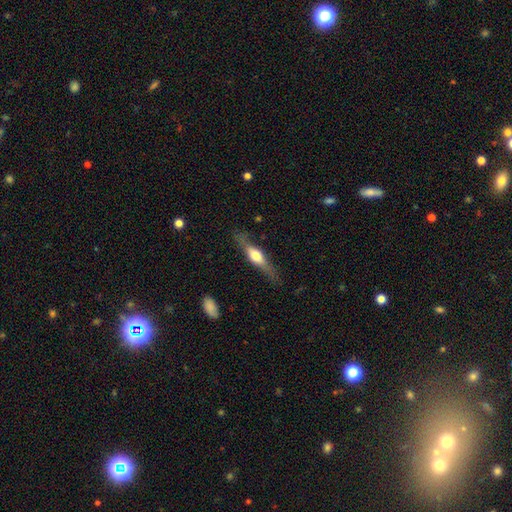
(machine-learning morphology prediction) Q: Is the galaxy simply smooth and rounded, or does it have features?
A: featured or disk — 60%.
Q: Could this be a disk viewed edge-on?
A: yes — 91%.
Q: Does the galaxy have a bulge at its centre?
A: rounded — 87%.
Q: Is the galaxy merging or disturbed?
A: none — 78%.